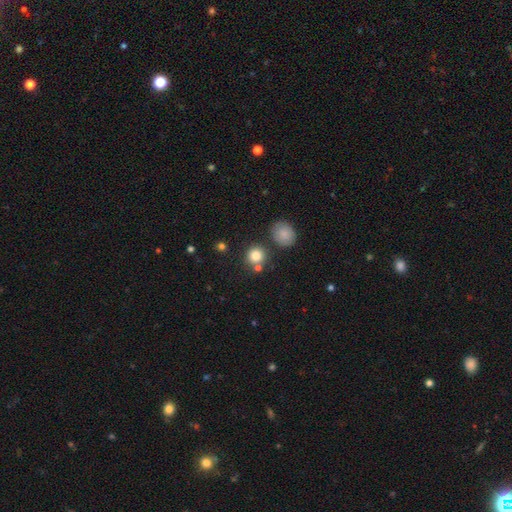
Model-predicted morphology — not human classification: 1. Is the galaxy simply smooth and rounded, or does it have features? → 83% smooth, 12% star or artifact, 6% featured or disk.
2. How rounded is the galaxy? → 89% round, 10% in between, 1% cigar-shaped.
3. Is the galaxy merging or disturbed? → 74% none, 14% merger, 9% minor disturbance, 3% major disturbance.